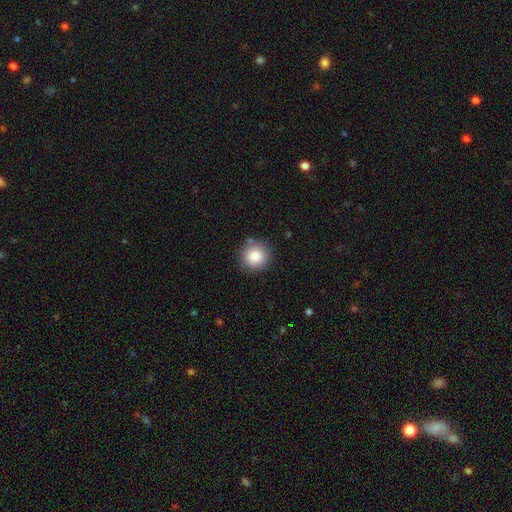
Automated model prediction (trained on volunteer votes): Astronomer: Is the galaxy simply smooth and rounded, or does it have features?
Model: smooth — 86%.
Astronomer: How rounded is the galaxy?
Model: round — 93%.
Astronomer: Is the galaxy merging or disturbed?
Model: none — 86%.